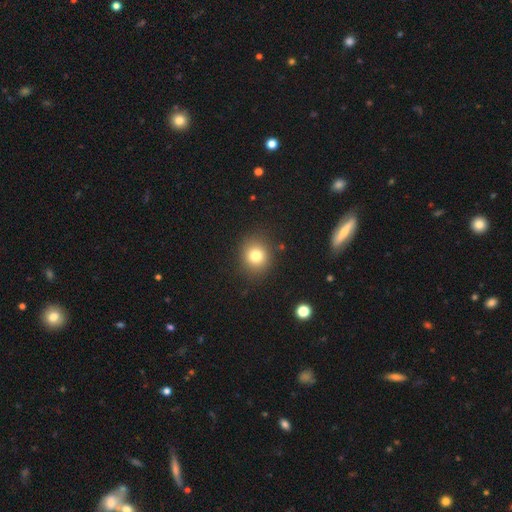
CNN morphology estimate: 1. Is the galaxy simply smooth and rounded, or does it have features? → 78% smooth, 13% star or artifact, 9% featured or disk.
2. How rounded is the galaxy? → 81% round, 18% in between, 1% cigar-shaped.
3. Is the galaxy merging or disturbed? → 87% none, 8% minor disturbance, 3% major disturbance, 2% merger.